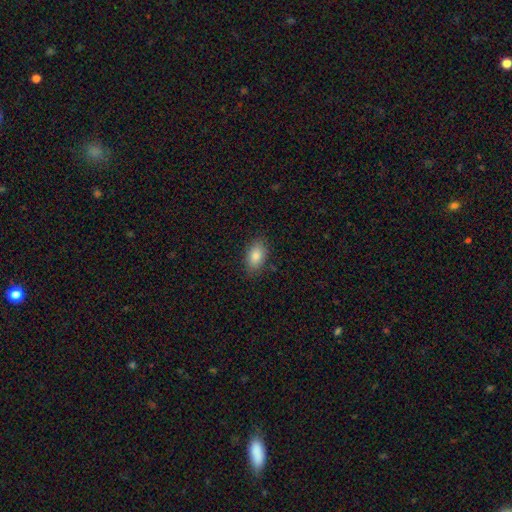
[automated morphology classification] This is clearly a smooth galaxy (85%). How rounded: clearly in between (91%). Merging: clearly none (86%).